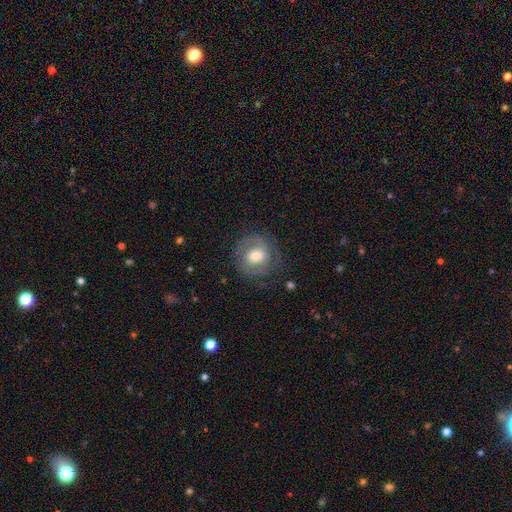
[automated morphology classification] smooth-or-featured: featured or disk: 54% | smooth: 39% | star or artifact: 7%
  disk-edge-on: no: 97% | yes: 3%
    bar: no: 64% | weak: 28% | strong: 8%
    has-spiral-arms: yes: 66% | no: 34%
    bulge-size: moderate: 56% | small: 22% | large: 18% | dominant: 2% | none: 2%
  merging: none: 77% | minor disturbance: 14% | major disturbance: 9% | merger: 1%